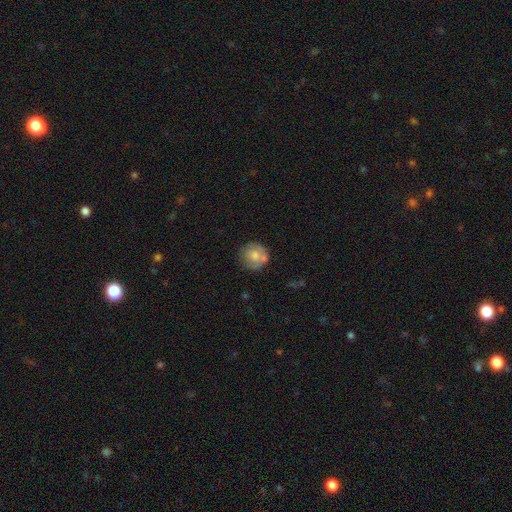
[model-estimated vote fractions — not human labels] Q: Smooth or featured?
A: smooth (66%); runner-up: featured or disk (27%)
Q: How rounded?
A: round (91%); runner-up: in between (8%)
Q: Merging?
A: none (66%); runner-up: minor disturbance (18%)